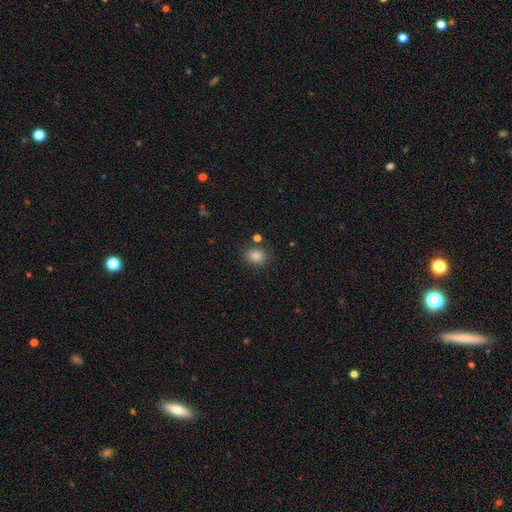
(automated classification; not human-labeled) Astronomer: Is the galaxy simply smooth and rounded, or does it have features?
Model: smooth — 84%.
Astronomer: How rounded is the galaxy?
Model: in between — 52% (runner-up: round, 48%).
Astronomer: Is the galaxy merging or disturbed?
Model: none — 81%.